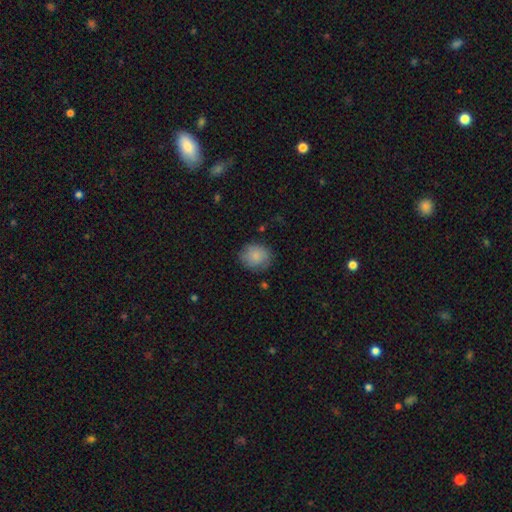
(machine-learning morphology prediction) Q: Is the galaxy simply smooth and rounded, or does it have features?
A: smooth — 85%.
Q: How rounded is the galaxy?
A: round — 74%.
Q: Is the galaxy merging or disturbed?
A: none — 79%.